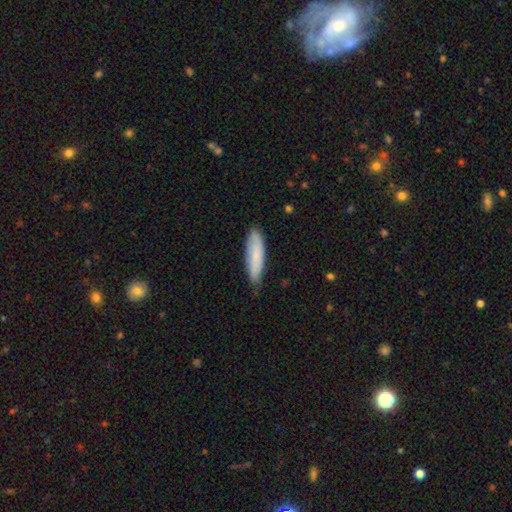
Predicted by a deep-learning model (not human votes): smooth_or_featured: smooth (p=0.77) [alt: featured or disk p=0.17]
how_rounded: cigar-shaped (p=0.62) [alt: in between p=0.37]
merging: none (p=0.73) [alt: minor disturbance p=0.22]